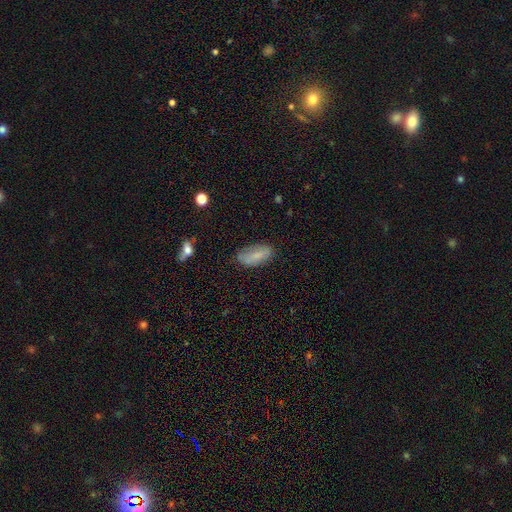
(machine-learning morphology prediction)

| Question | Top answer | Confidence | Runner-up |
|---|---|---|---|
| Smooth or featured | smooth | 75% | featured or disk (17%) |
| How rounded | in between | 86% | cigar-shaped (11%) |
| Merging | none | 74% | minor disturbance (20%) |